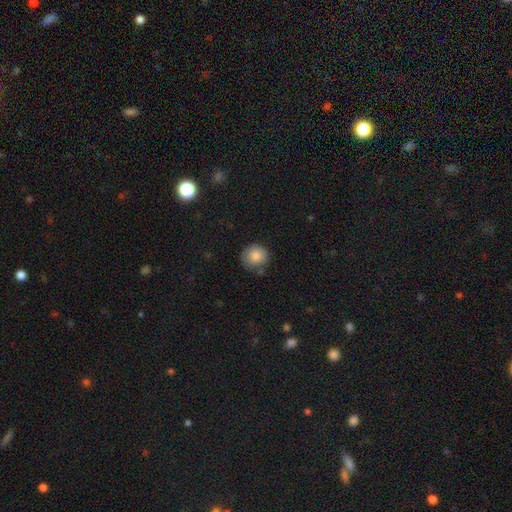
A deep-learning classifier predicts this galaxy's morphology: This appears to be a smooth galaxy with no disk features (83%) that is round (90%). Merging: none (72%).